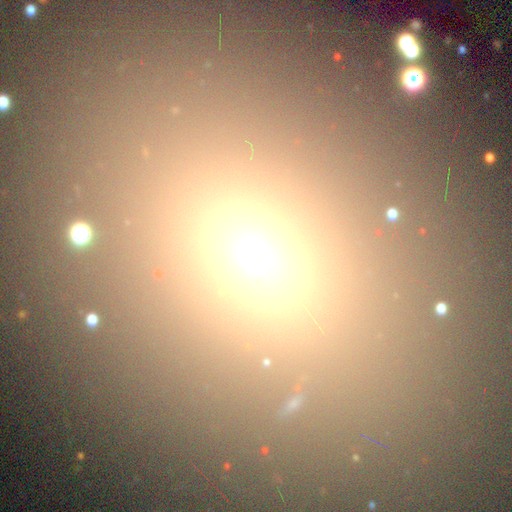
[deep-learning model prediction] A smooth galaxy with no disk features (64%) that is in between round and cigar-shaped (55%).

Vote fractions:
- Smooth or featured? smooth: 64% / star or artifact: 24% / featured or disk: 12%
- How rounded? in between: 55% / round: 41% / cigar-shaped: 4%
- Merging? none: 74% / minor disturbance: 11% / merger: 8% / major disturbance: 7%